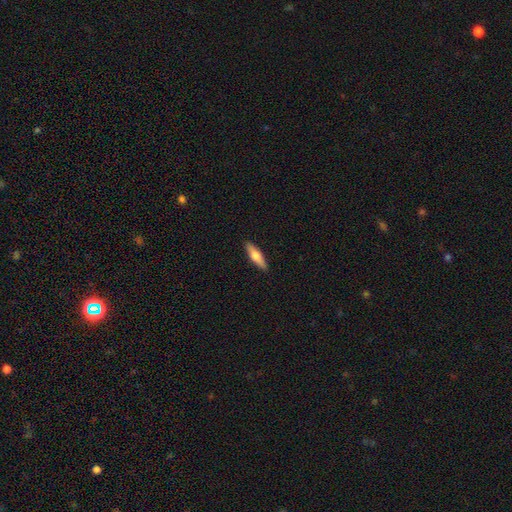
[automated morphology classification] A smooth galaxy with no disk features (59%) that is cigar-shaped (68%). Merging: none (90%).